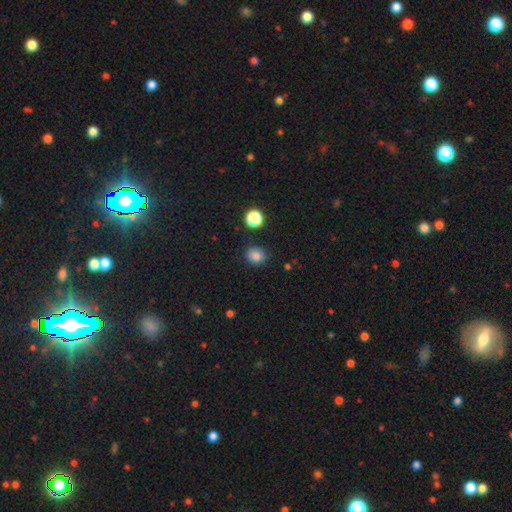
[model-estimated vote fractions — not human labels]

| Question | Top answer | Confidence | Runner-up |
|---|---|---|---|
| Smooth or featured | smooth | 82% | star or artifact (13%) |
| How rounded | round | 72% | in between (27%) |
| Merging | none | 84% | minor disturbance (11%) |